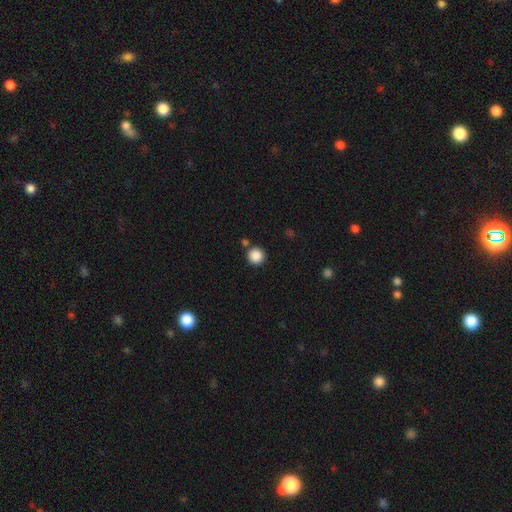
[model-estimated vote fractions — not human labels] smooth_or_featured: smooth (p=0.88) [alt: star or artifact p=0.10]
how_rounded: round (p=0.94) [alt: in between p=0.05]
merging: none (p=0.82) [alt: merger p=0.08]